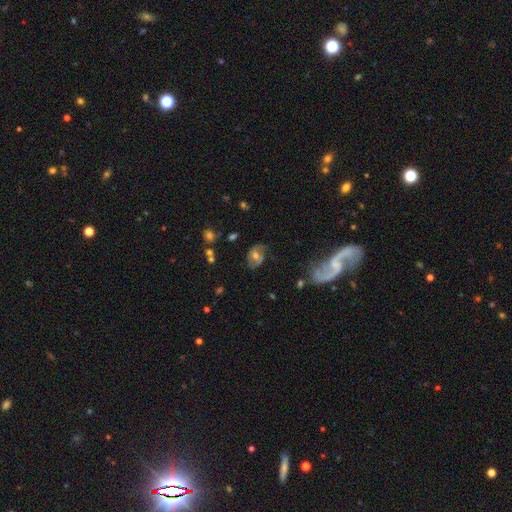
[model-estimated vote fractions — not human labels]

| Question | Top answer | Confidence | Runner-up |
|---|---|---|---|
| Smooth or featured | featured or disk | 62% | smooth (27%) |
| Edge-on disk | no | 96% | yes (4%) |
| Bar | no | 49% | weak (39%) |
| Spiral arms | yes | 80% | no (20%) |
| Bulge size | moderate | 63% | small (23%) |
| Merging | none | 57% | minor disturbance (22%) |